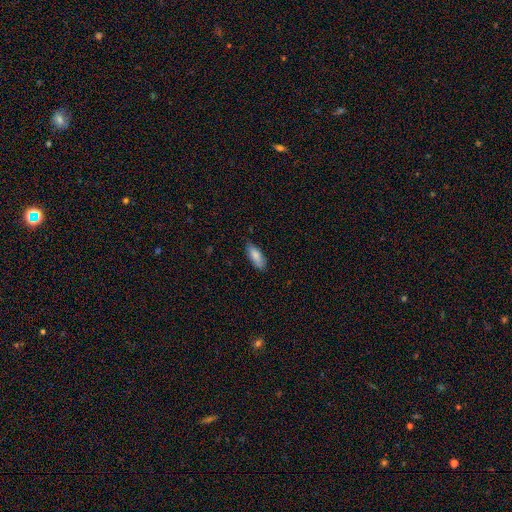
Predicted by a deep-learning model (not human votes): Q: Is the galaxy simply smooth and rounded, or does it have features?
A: smooth — 85%.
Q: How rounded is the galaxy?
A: in between — 74%.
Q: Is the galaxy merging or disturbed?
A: none — 82%.